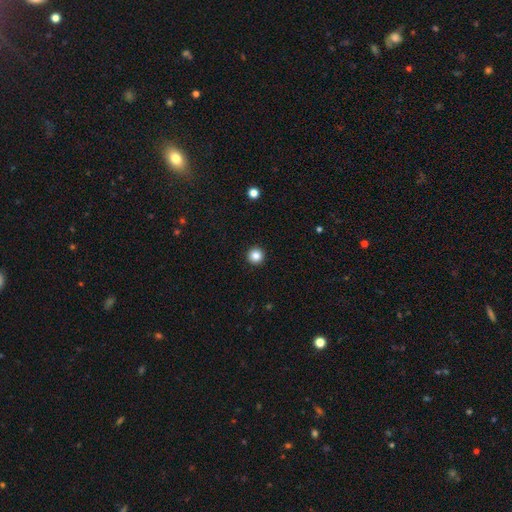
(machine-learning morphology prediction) Smooth or featured?
  - smooth: 86% *
  - star or artifact: 10%
  - featured or disk: 4%
How rounded?
  - round: 96% *
  - in between: 3%
  - cigar-shaped: 1%
Merging?
  - none: 94% *
  - minor disturbance: 4%
  - major disturbance: 1%
  - merger: 1%